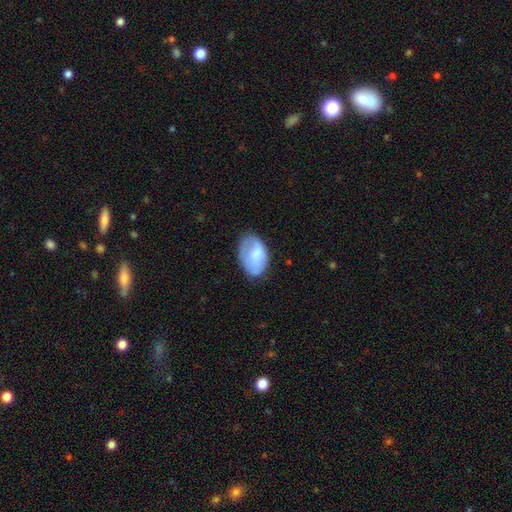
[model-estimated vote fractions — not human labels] Smooth or featured?
  - smooth: 69% *
  - featured or disk: 24%
  - star or artifact: 7%
How rounded?
  - in between: 89% *
  - round: 9%
  - cigar-shaped: 1%
Merging?
  - none: 57% *
  - minor disturbance: 29%
  - major disturbance: 12%
  - merger: 2%